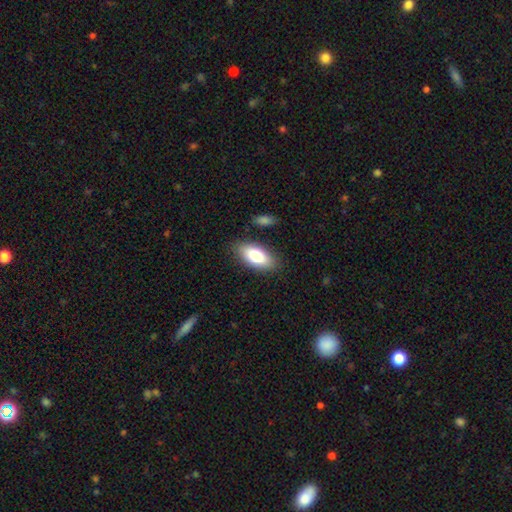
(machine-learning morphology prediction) Overall: smooth (81%). How rounded: in between (89%). Merging: none (84%).